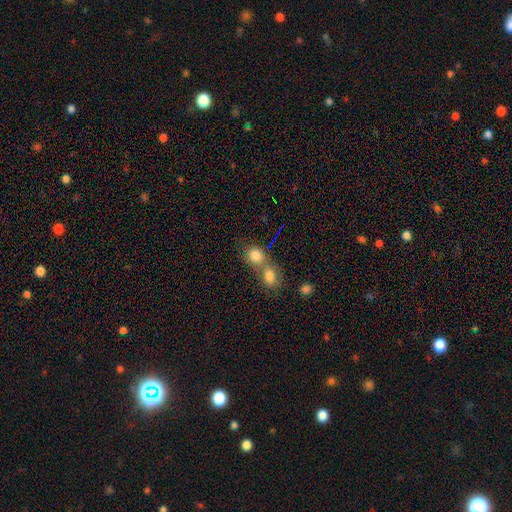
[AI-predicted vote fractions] Smooth or featured: smooth — 80% (star or artifact — 10%)
How rounded: round — 62% (in between — 37%)
Merging: merger — 59% (none — 31%)